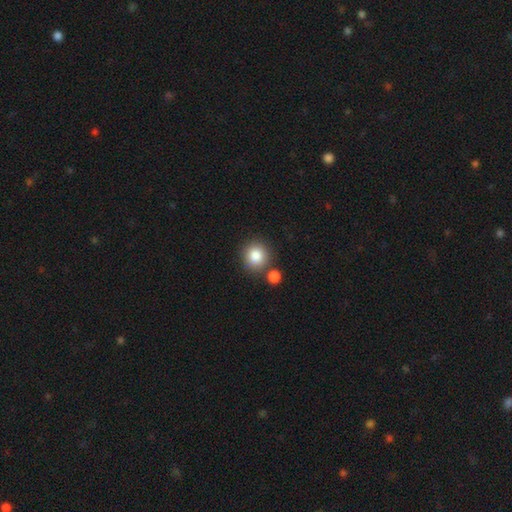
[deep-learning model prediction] Smooth or featured? Predicted: smooth (p=0.84). How rounded? Predicted: round (p=0.89). Merging? Predicted: none (p=0.74).